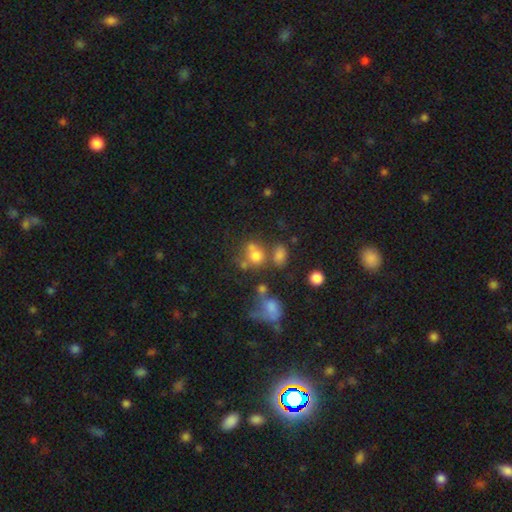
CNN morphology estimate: smooth 67%, star or artifact 17%, featured or disk 15%. Down the decision tree: how rounded — round (70%); merging — none (43%).